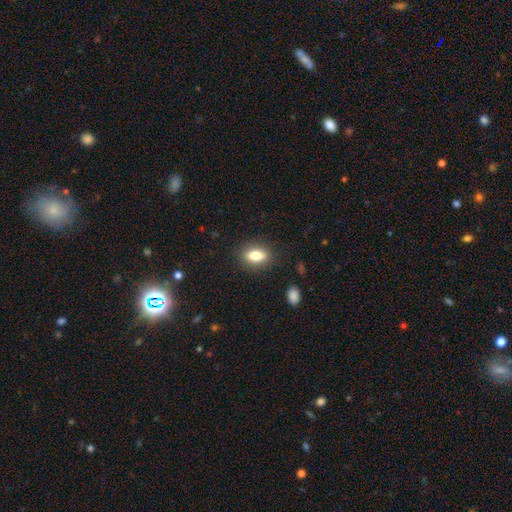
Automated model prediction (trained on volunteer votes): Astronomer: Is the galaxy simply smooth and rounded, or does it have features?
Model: smooth — 77%.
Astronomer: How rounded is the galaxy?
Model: in between — 78%.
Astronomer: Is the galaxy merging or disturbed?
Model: none — 87%.